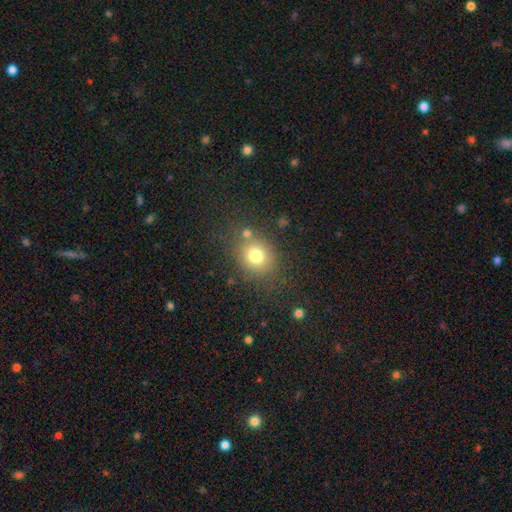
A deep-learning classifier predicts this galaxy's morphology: Smooth or featured?
  - smooth: 76% *
  - star or artifact: 14%
  - featured or disk: 10%
How rounded?
  - round: 68% *
  - in between: 31%
  - cigar-shaped: 1%
Merging?
  - none: 73% *
  - minor disturbance: 12%
  - merger: 9%
  - major disturbance: 6%